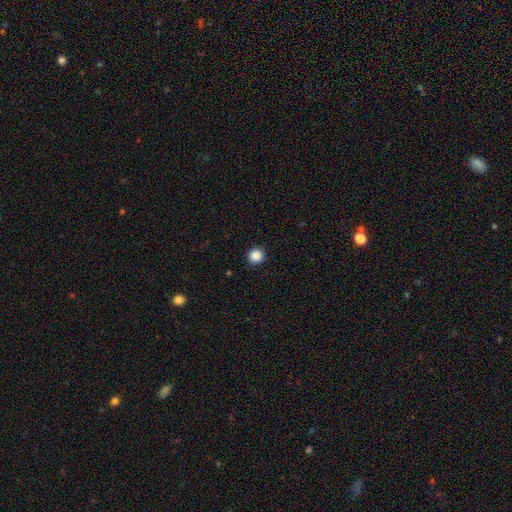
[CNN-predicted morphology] Smooth or featured: smooth — 87% (star or artifact — 10%)
How rounded: round — 95% (in between — 4%)
Merging: none — 91% (minor disturbance — 6%)